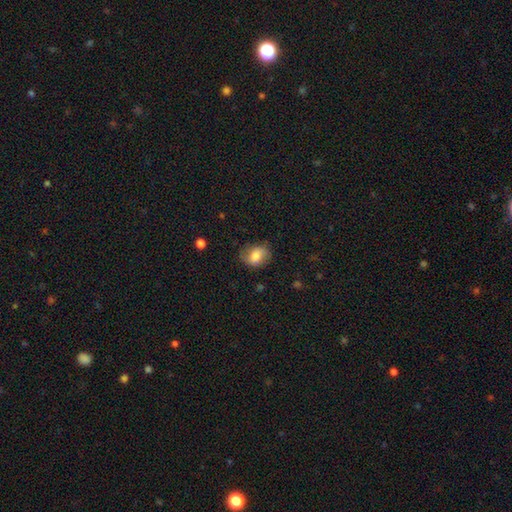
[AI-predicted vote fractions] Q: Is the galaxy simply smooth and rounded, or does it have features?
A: smooth — 73%.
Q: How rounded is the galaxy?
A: in between — 59%.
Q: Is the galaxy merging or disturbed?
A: none — 68%.